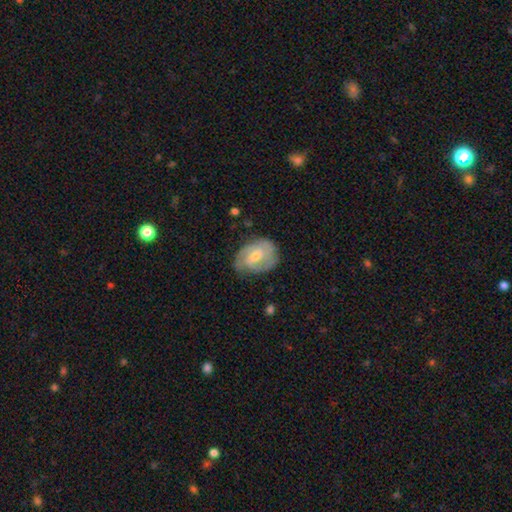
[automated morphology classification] featured or disk 69%, smooth 25%, star or artifact 6%. Down the decision tree: edge-on disk — no (97%); bar — weak (47%); spiral arms — yes (87%); spiral arm count — 2 (53%); spiral winding — tight (50%); bulge size — moderate (52%); merging — none (65%).